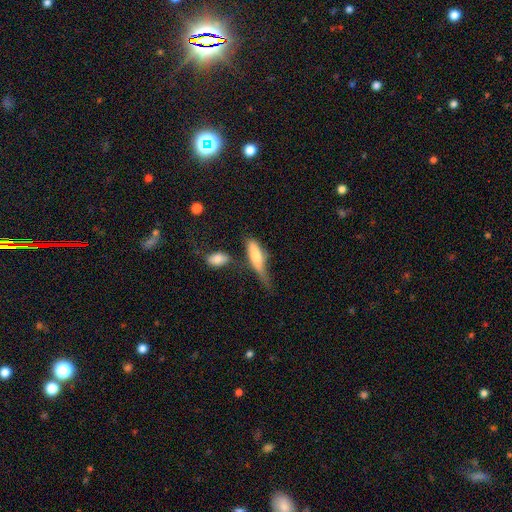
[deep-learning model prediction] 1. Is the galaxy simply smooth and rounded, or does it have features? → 68% smooth, 25% featured or disk, 7% star or artifact.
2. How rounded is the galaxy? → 55% cigar-shaped, 43% in between, 2% round.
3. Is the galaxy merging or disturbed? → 33% minor disturbance, 28% none, 26% major disturbance, 13% merger.